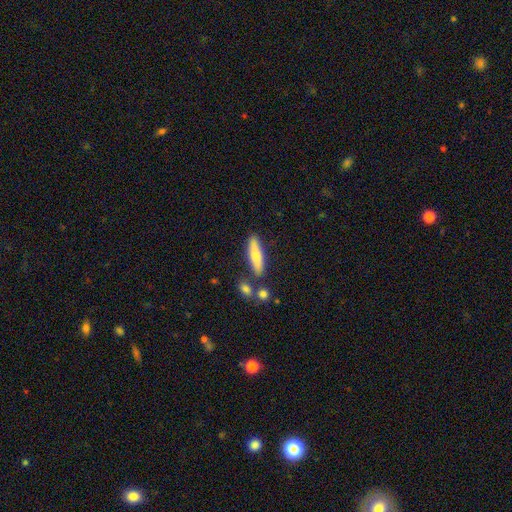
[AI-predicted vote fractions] This appears to be a smooth galaxy with no disk features (72%) that is cigar-shaped (70%). Merging: none (76%).